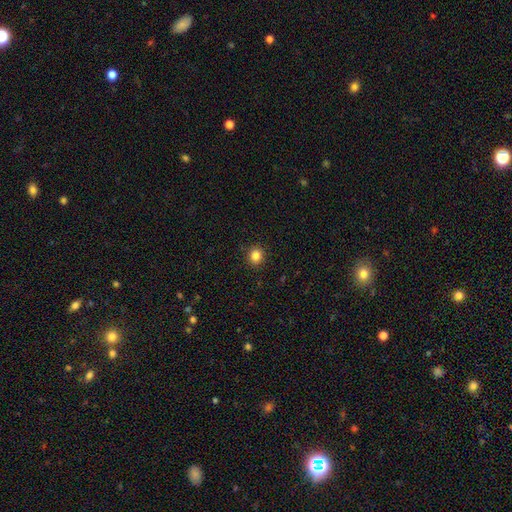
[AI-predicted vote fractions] A smooth galaxy with no disk features (84%) that is round (86%).

Vote fractions:
- Smooth or featured? smooth: 84% / star or artifact: 11% / featured or disk: 4%
- How rounded? round: 86% / in between: 14% / cigar-shaped: 1%
- Merging? none: 91% / minor disturbance: 6% / major disturbance: 2% / merger: 1%